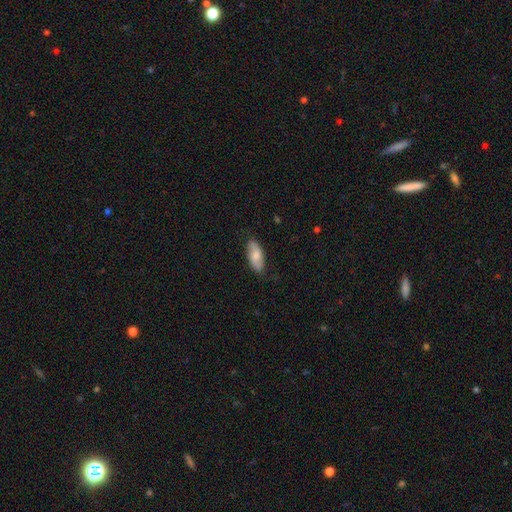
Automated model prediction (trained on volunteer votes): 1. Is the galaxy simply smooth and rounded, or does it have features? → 68% smooth, 26% featured or disk, 6% star or artifact.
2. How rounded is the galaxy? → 85% in between, 12% cigar-shaped, 2% round.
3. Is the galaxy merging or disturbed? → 81% none, 16% minor disturbance, 3% major disturbance, 1% merger.